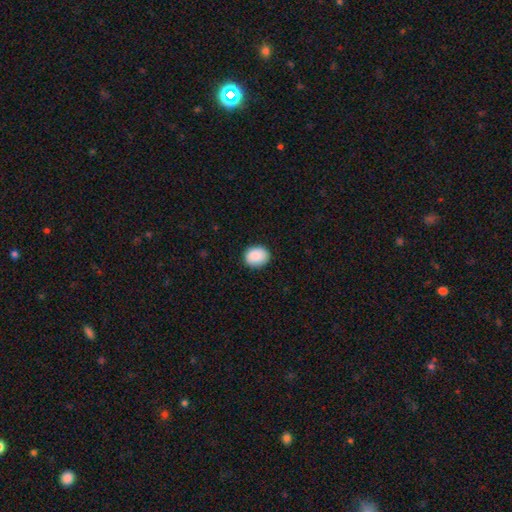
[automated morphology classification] smooth 90%, star or artifact 7%, featured or disk 3%. Down the decision tree: how rounded — round (54%); merging — none (88%).